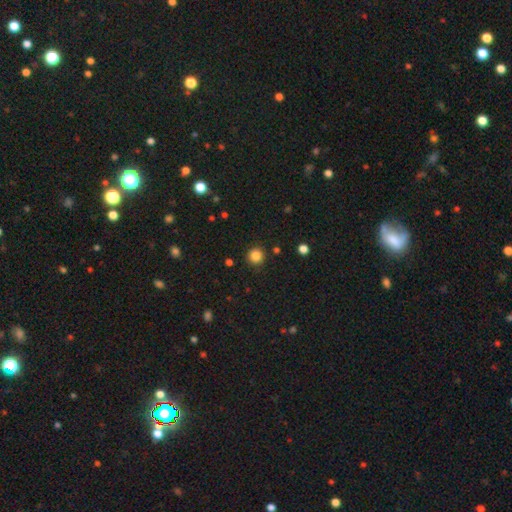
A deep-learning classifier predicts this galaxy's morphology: smooth_or_featured: smooth (p=0.84) [alt: star or artifact p=0.12]
how_rounded: round (p=0.95) [alt: in between p=0.04]
merging: none (p=0.91) [alt: minor disturbance p=0.06]